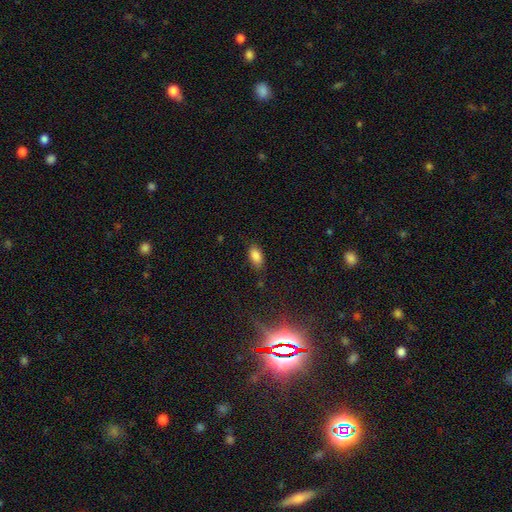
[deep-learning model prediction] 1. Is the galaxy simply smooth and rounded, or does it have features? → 85% smooth, 9% star or artifact, 6% featured or disk.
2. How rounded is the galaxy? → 91% in between, 5% round, 5% cigar-shaped.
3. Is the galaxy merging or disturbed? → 77% none, 17% minor disturbance, 4% major disturbance, 2% merger.